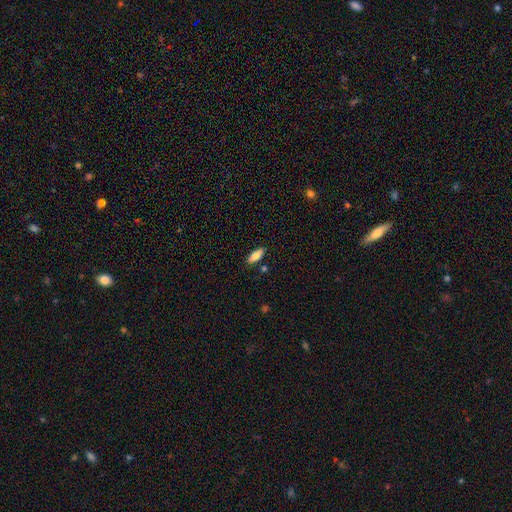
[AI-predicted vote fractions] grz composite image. It shows a smooth galaxy with no disk features (84%) that is in between round and cigar-shaped (76%). Merging: none (85%).